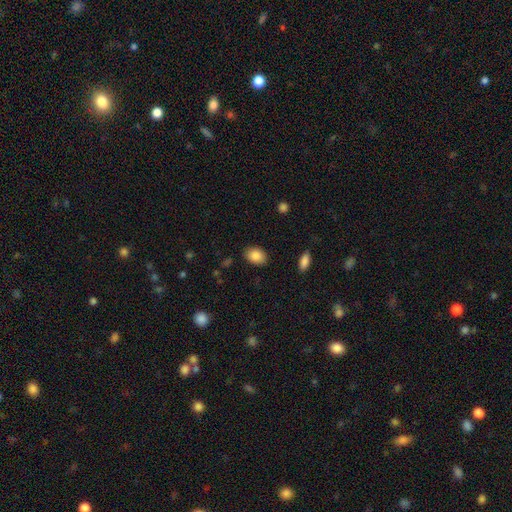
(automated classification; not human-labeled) Smooth or featured? Predicted: smooth (p=0.87). How rounded? Predicted: in between (p=0.77). Merging? Predicted: none (p=0.85).